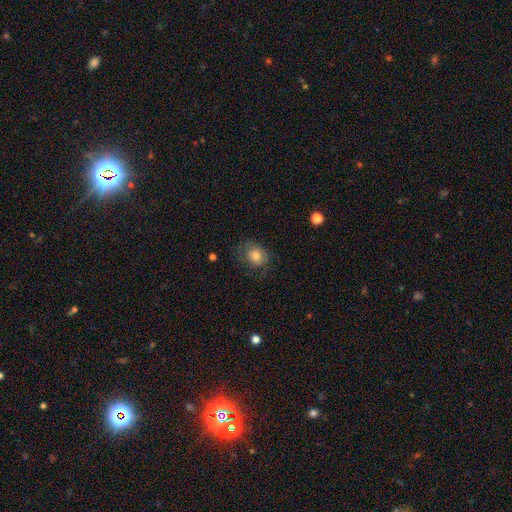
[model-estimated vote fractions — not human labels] Smooth or featured: smooth — 76% (featured or disk — 15%)
How rounded: round — 64% (in between — 35%)
Merging: none — 62% (minor disturbance — 23%)